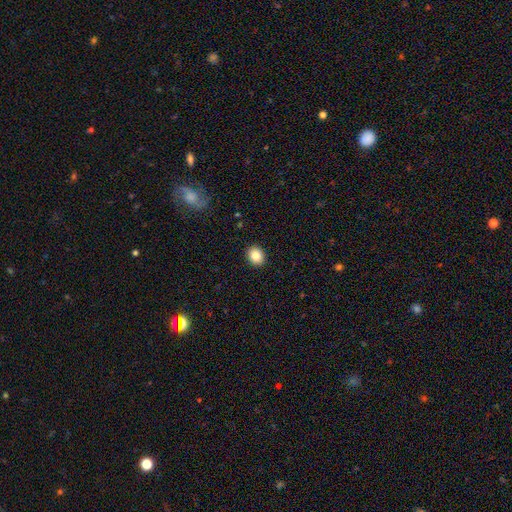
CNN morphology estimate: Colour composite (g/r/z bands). It shows a smooth galaxy with no disk features (83%) that is round (62%). Merging: none (92%).